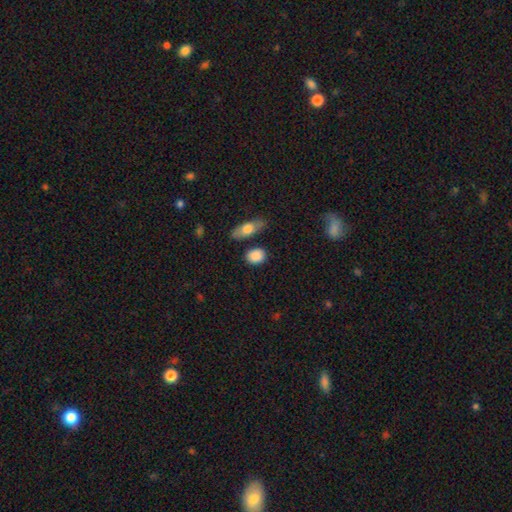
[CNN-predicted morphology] smooth 87%, star or artifact 7%, featured or disk 6%. Down the decision tree: how rounded — in between (54%); merging — none (78%).